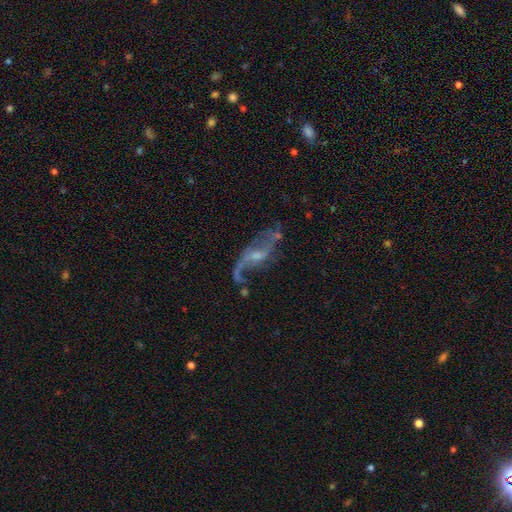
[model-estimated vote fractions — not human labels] Smooth or featured?
  - featured or disk: 84% *
  - smooth: 8%
  - star or artifact: 8%
Edge-on disk?
  - no: 92% *
  - yes: 8%
Bar?
  - weak: 45% *
  - no: 41%
  - strong: 15%
Spiral arms?
  - yes: 90% *
  - no: 10%
Spiral winding?
  - loose: 86% *
  - medium: 11%
  - tight: 3%
Spiral arm count?
  - 2: 84% *
  - 1: 7%
  - can't tell: 4%
  - 3: 2%
  - 4: 1%
  - more than 4: 1%
Bulge size?
  - small: 56% *
  - moderate: 31%
  - none: 10%
  - large: 2%
  - dominant: 1%
Merging?
  - none: 55% *
  - minor disturbance: 19%
  - major disturbance: 19%
  - merger: 7%